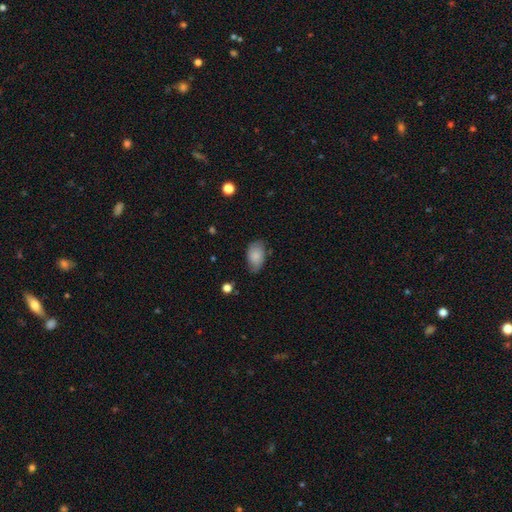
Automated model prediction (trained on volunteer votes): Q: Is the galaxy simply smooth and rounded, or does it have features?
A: smooth — 78%.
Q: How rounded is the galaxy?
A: in between — 89%.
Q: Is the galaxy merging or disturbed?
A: none — 63%.